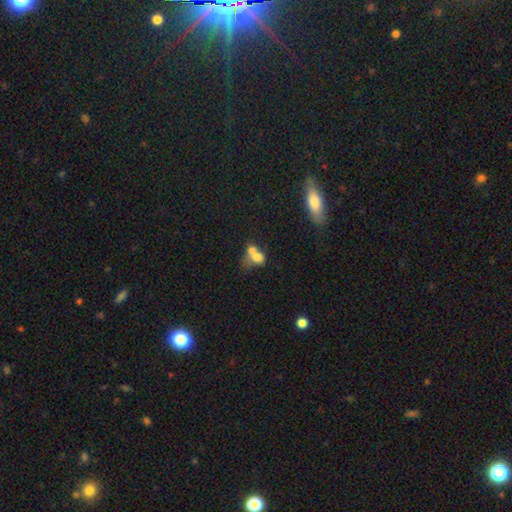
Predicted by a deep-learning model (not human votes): Overall: smooth (70%). How rounded: round (53%; in between 45%). Merging: merger (66%).